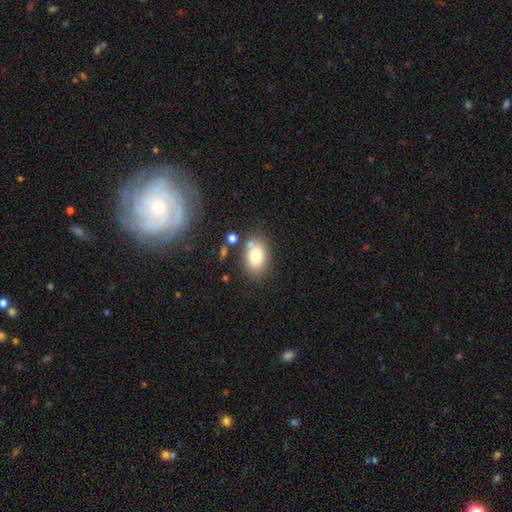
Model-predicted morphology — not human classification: smooth-or-featured: smooth: 77% | featured or disk: 14% | star or artifact: 9%
  how-rounded: in between: 80% | round: 19% | cigar-shaped: 1%
  merging: none: 72% | minor disturbance: 15% | merger: 9% | major disturbance: 4%